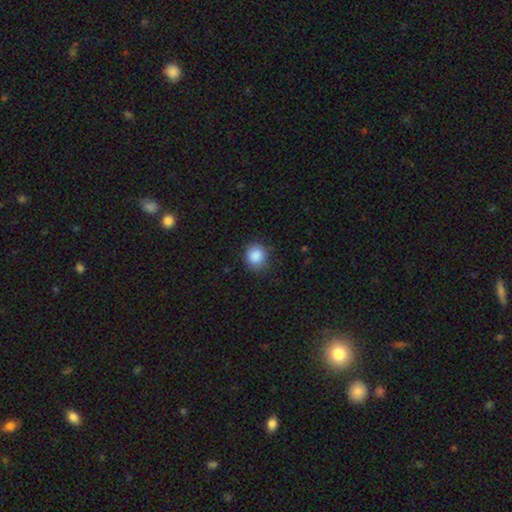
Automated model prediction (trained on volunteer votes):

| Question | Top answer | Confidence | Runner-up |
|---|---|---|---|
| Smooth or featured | smooth | 87% | star or artifact (9%) |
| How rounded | round | 79% | in between (21%) |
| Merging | none | 81% | minor disturbance (15%) |